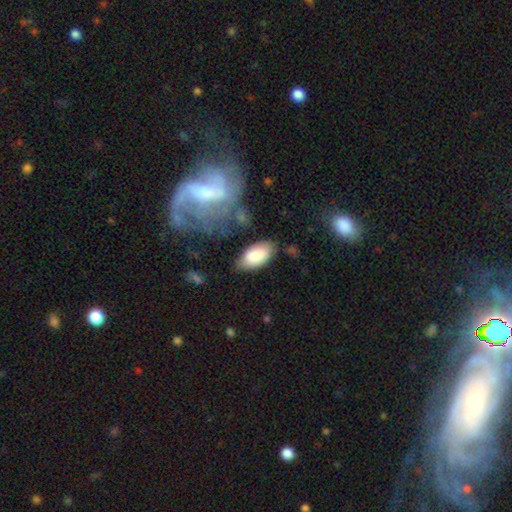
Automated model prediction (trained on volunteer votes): This is clearly a smooth galaxy (85%). How rounded: clearly in between (94%). Merging: likely none (70%).